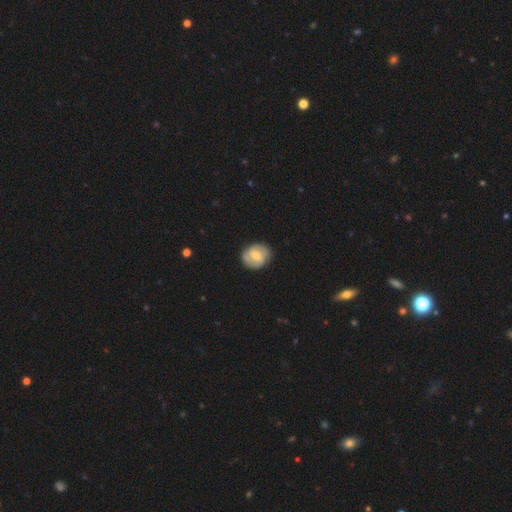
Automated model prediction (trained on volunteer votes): Smooth or featured? Predicted: smooth (p=0.49). Merging? Predicted: none (p=0.78).